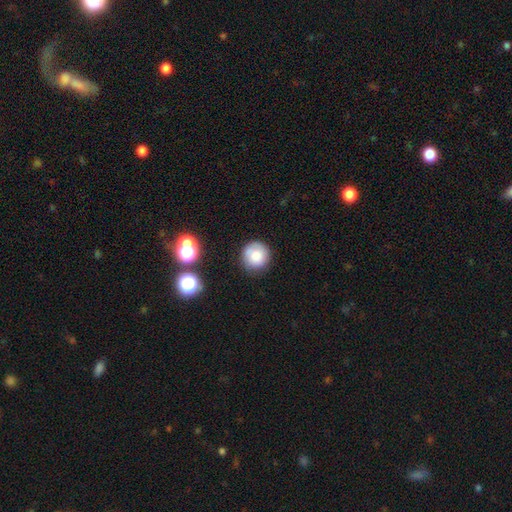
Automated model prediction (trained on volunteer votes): Smooth or featured? Predicted: smooth (p=0.79). How rounded? Predicted: round (p=0.94). Merging? Predicted: none (p=0.82).